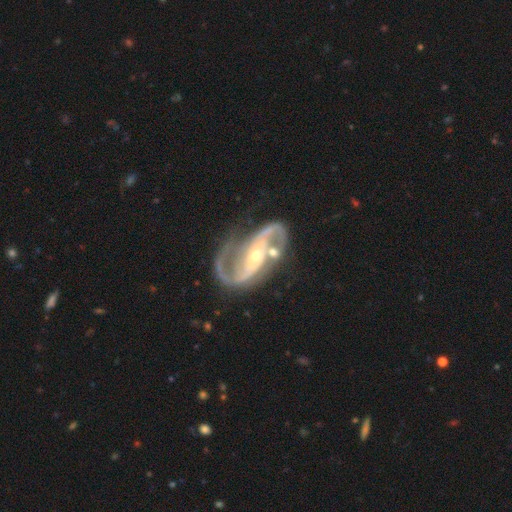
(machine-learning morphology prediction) The model was most divided on "bar": no: 38%, strong: 32%, weak: 29%. More confident: spiral arms — yes (98%); edge-on disk — no (97%); spiral arm count — 2 (92%); smooth or featured — featured or disk (92%); merging — none (64%); bulge size — small (60%); spiral winding — medium (55%).